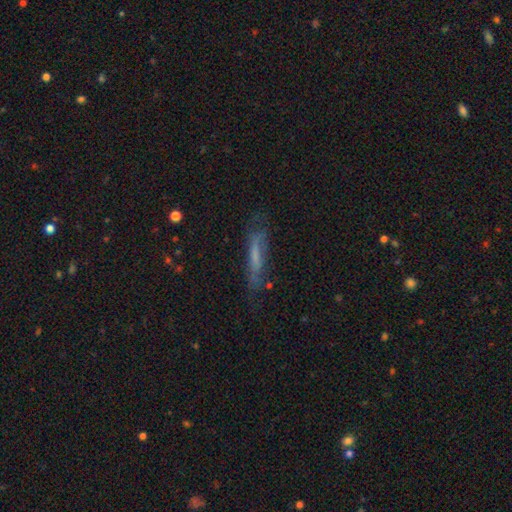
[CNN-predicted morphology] Smooth or featured? Predicted: smooth (p=0.49). Merging? Predicted: none (p=0.65).